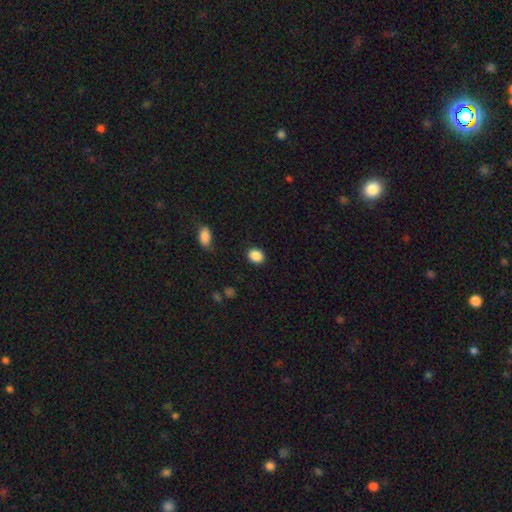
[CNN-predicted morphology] Smooth or featured: smooth — 88% (star or artifact — 9%)
How rounded: round — 53% (in between — 46%)
Merging: none — 88% (minor disturbance — 8%)